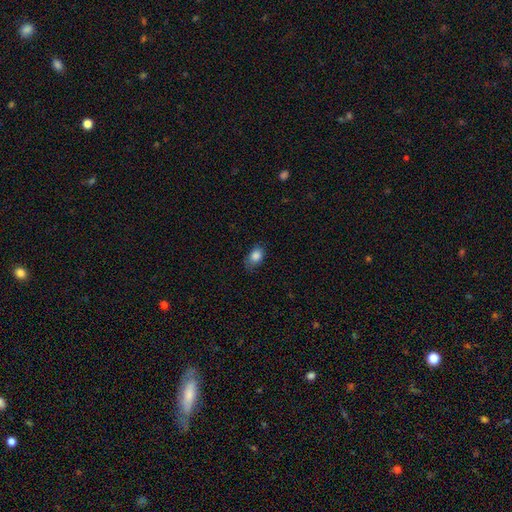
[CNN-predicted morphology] Smooth or featured? Predicted: smooth (p=0.85). How rounded? Predicted: in between (p=0.79). Merging? Predicted: none (p=0.68).